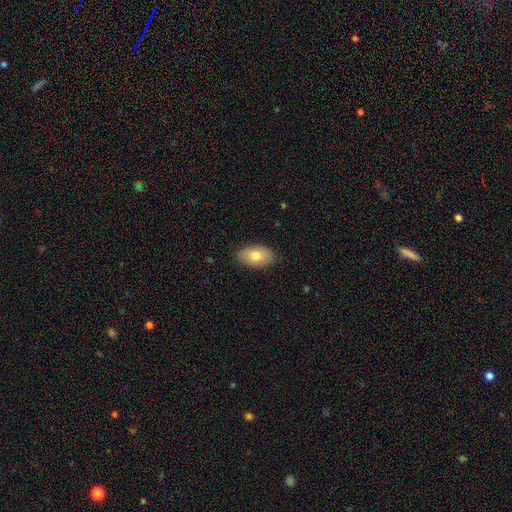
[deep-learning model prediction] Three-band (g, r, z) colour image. It shows a smooth galaxy with no disk features (75%) that is in between round and cigar-shaped (93%). Merging: none (86%).